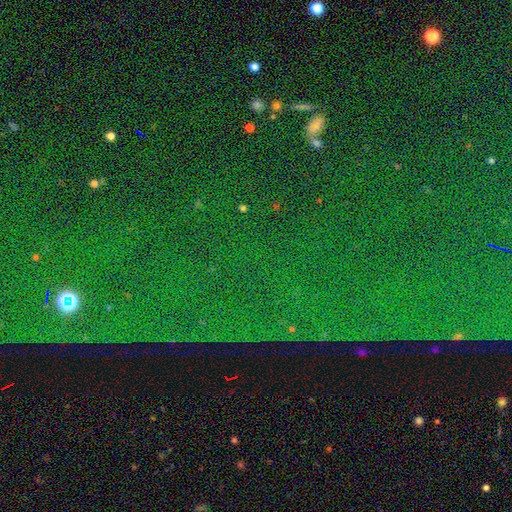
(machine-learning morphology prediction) Q: Smooth or featured?
A: star or artifact (85%); runner-up: smooth (8%)